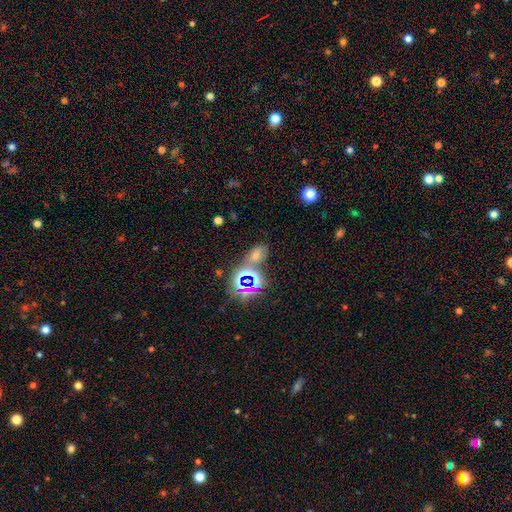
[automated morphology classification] Smooth or featured?
  - smooth: 49% *
  - star or artifact: 41%
  - featured or disk: 10%
Merging?
  - none: 62% *
  - merger: 18%
  - minor disturbance: 14%
  - major disturbance: 6%